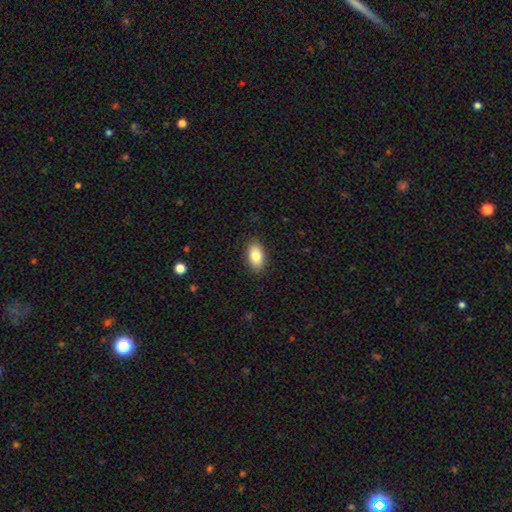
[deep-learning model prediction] smooth-or-featured: smooth: 83% | featured or disk: 10% | star or artifact: 7%
  how-rounded: in between: 92% | round: 5% | cigar-shaped: 3%
  merging: none: 88% | minor disturbance: 9% | major disturbance: 2% | merger: 1%